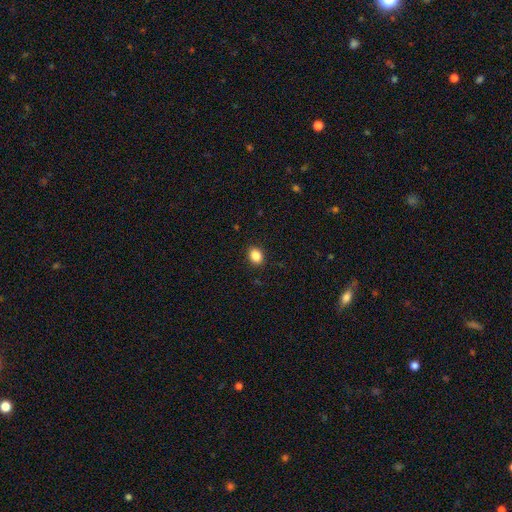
This is clearly a smooth galaxy (92%). How rounded: likely in between (68%). Merging: clearly none (89%).